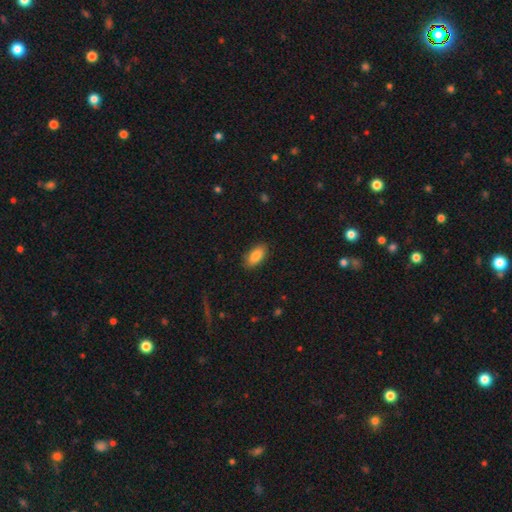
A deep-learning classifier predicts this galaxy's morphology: smooth_or_featured: smooth (p=0.86) [alt: featured or disk p=0.07]
how_rounded: in between (p=0.90) [alt: cigar-shaped p=0.08]
merging: none (p=0.87) [alt: minor disturbance p=0.09]